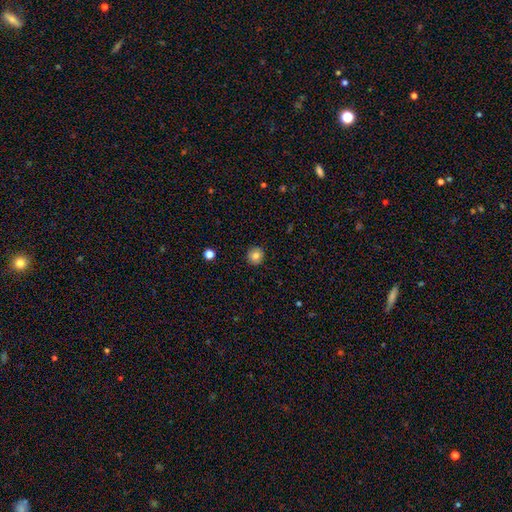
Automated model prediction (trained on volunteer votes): Morphology: type=smooth (80%); roundness=round (91%); merging=none (91%).